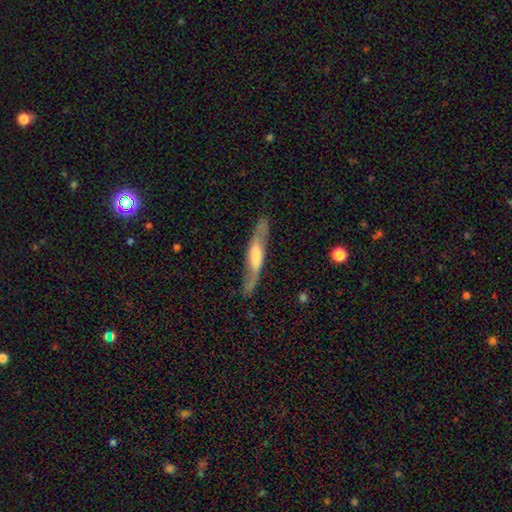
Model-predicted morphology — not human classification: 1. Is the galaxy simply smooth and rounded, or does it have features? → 66% featured or disk, 29% smooth, 5% star or artifact.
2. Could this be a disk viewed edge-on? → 58% yes, 42% no.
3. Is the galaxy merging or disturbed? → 78% none, 15% minor disturbance, 5% major disturbance, 2% merger.